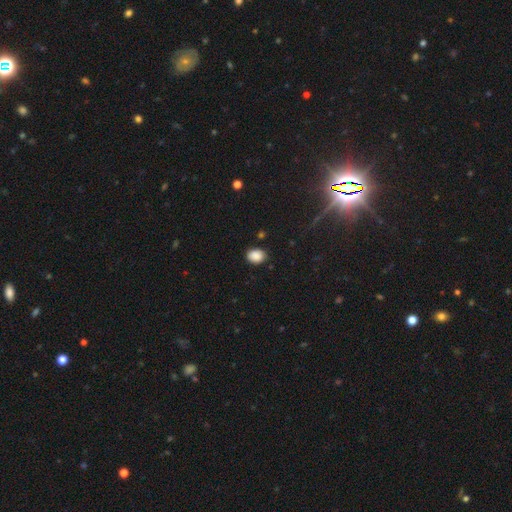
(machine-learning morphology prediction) Smooth or featured? smooth (88%)
How rounded? in between (64%)
Merging? none (85%)